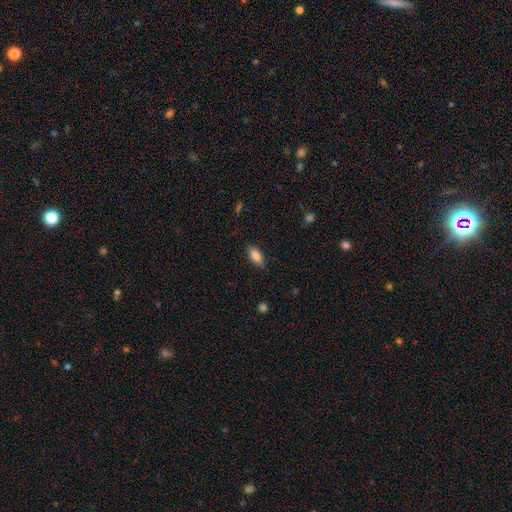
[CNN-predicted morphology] Overall: smooth (83%). How rounded: in between (82%). Merging: none (82%).